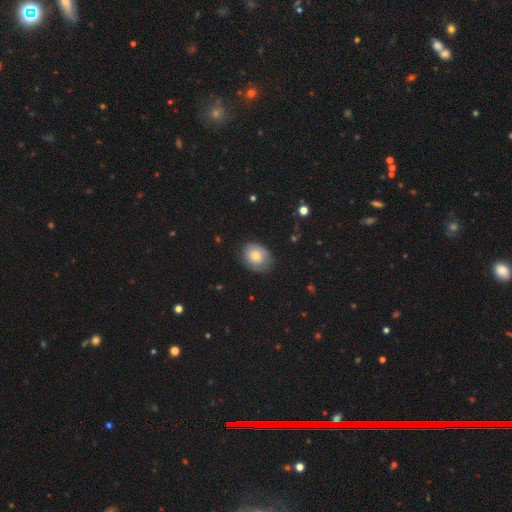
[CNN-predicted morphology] smooth-or-featured: smooth: 76% | featured or disk: 17% | star or artifact: 8%
  how-rounded: in between: 55% | round: 45% | cigar-shaped: 1%
  merging: none: 78% | minor disturbance: 17% | major disturbance: 4% | merger: 1%